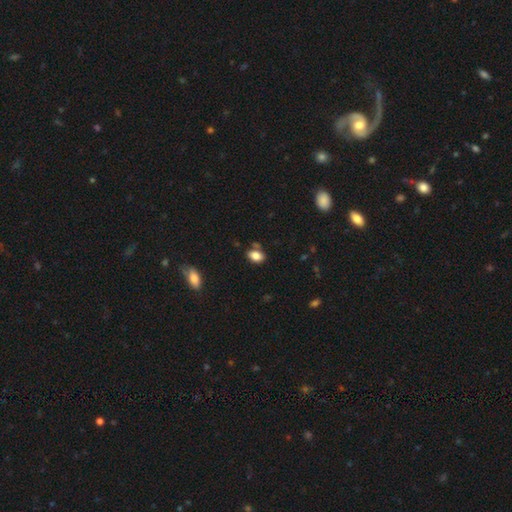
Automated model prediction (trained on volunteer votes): A smooth galaxy with no disk features (84%) that is in between round and cigar-shaped (85%). Merging: none (72%).